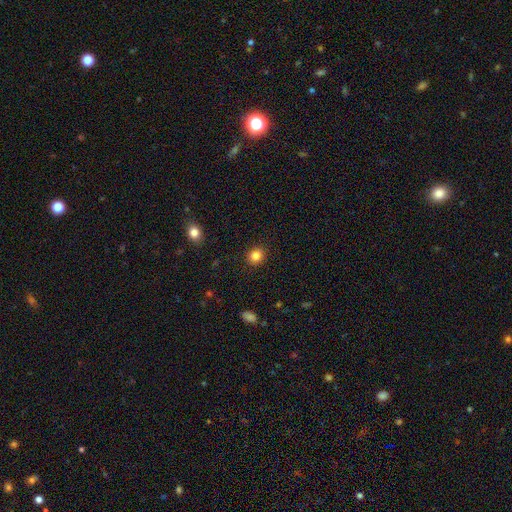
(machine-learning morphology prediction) This is clearly a smooth galaxy (84%). How rounded: clearly round (82%). Merging: clearly none (91%).